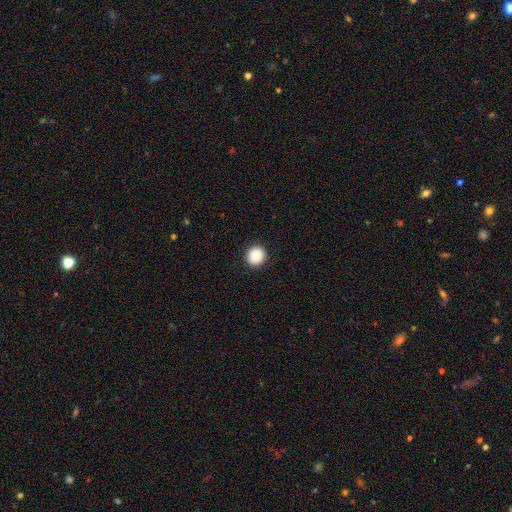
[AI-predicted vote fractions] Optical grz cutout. It shows a smooth galaxy with no disk features (89%) that is round (92%). Merging: none (93%).